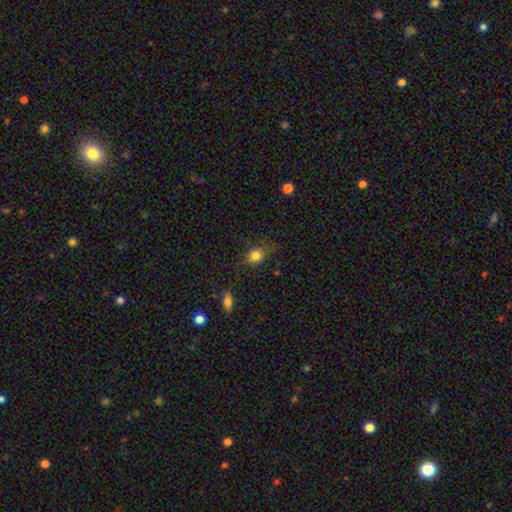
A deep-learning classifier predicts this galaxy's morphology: Smooth or featured?
  - smooth: 83% *
  - star or artifact: 11%
  - featured or disk: 6%
How rounded?
  - round: 58% *
  - in between: 40%
  - cigar-shaped: 2%
Merging?
  - none: 74% *
  - minor disturbance: 18%
  - major disturbance: 6%
  - merger: 2%